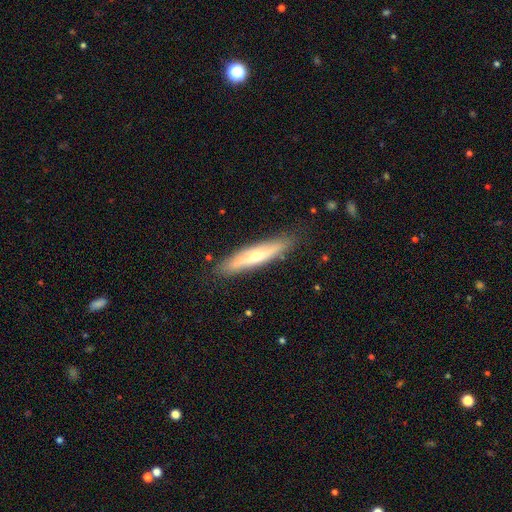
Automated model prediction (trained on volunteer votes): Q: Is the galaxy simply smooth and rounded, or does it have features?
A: featured or disk — 50%.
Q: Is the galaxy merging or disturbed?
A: none — 85%.